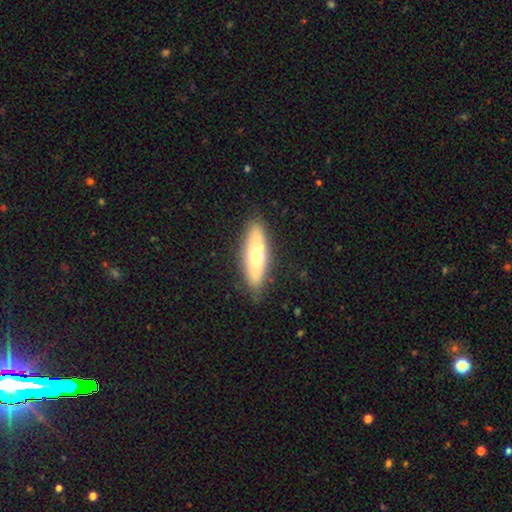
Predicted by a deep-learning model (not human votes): A smooth galaxy with no disk features (57%) that is in between round and cigar-shaped (53%).

Vote fractions:
- Smooth or featured? smooth: 57% / featured or disk: 37% / star or artifact: 6%
- How rounded? in between: 53% / cigar-shaped: 45% / round: 2%
- Merging? none: 85% / minor disturbance: 12% / major disturbance: 3% / merger: 1%